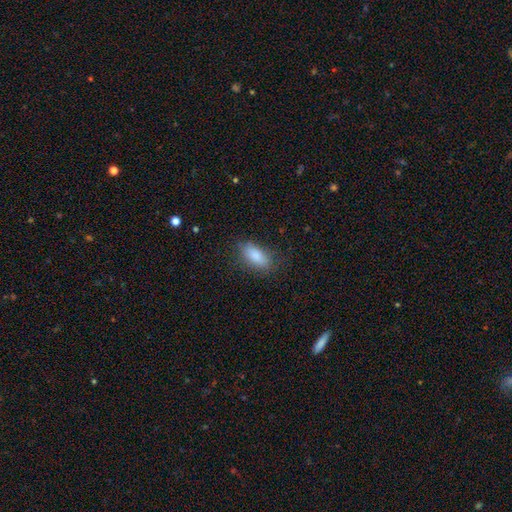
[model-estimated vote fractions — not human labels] This is clearly a smooth galaxy (85%). How rounded: clearly in between (85%). Merging: likely none (77%).